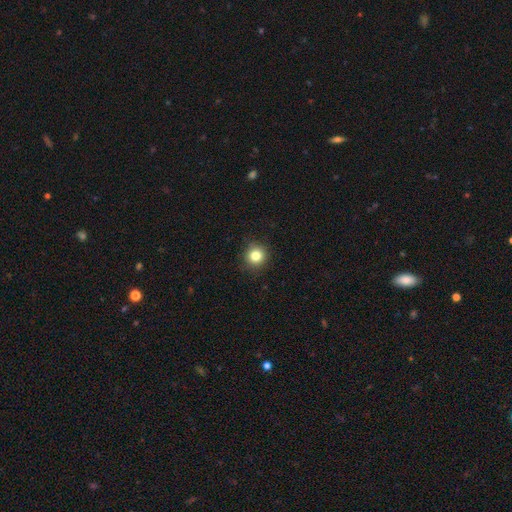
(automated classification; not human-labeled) Smooth or featured? Predicted: smooth (p=0.82). How rounded? Predicted: round (p=0.93). Merging? Predicted: none (p=0.91).